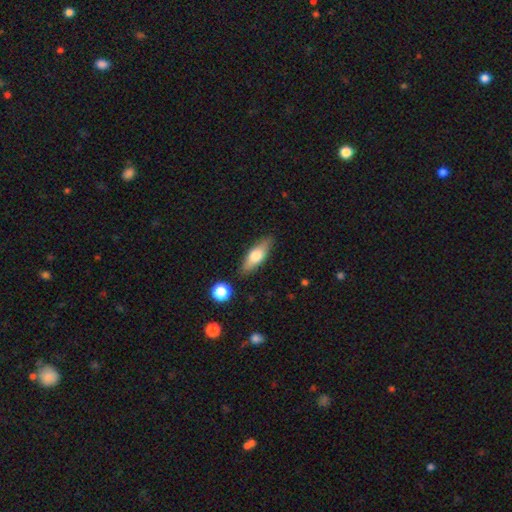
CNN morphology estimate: The model was most divided on "how rounded": in between: 60%, cigar-shaped: 36%, round: 3%. More confident: merging — none (85%); smooth or featured — smooth (64%).